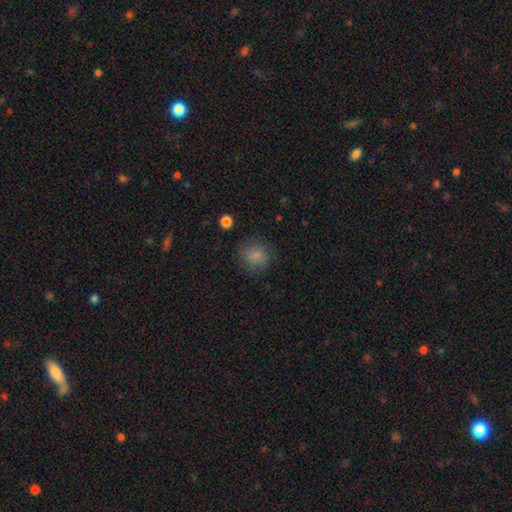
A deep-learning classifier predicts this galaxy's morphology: smooth 83%, star or artifact 11%, featured or disk 6%. Down the decision tree: how rounded — round (85%); merging — none (81%).